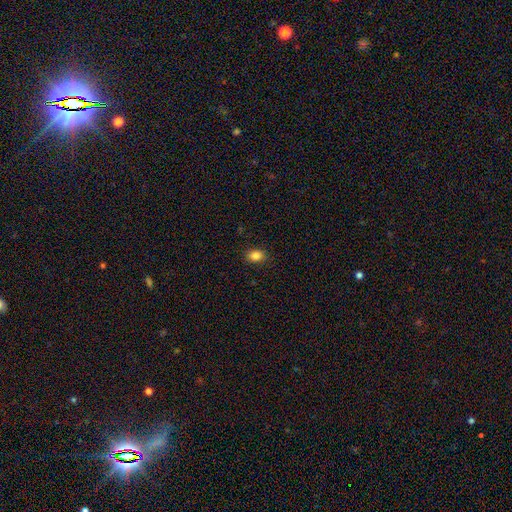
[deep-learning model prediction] Overall: smooth (85%). How rounded: in between (75%). Merging: none (86%).